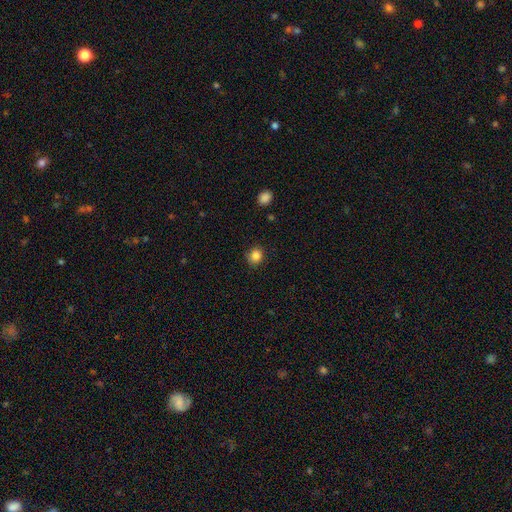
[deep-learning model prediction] Q: Smooth or featured?
A: smooth (85%); runner-up: star or artifact (11%)
Q: How rounded?
A: round (79%); runner-up: in between (20%)
Q: Merging?
A: none (88%); runner-up: minor disturbance (9%)